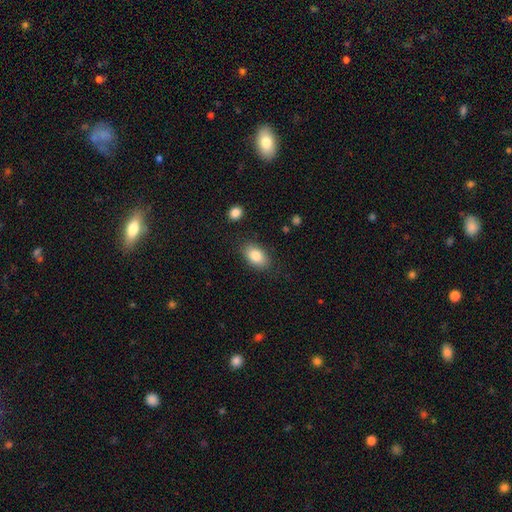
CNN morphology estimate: This appears to be a smooth galaxy with no disk features (83%) that is in between round and cigar-shaped (89%). Merging: none (84%).